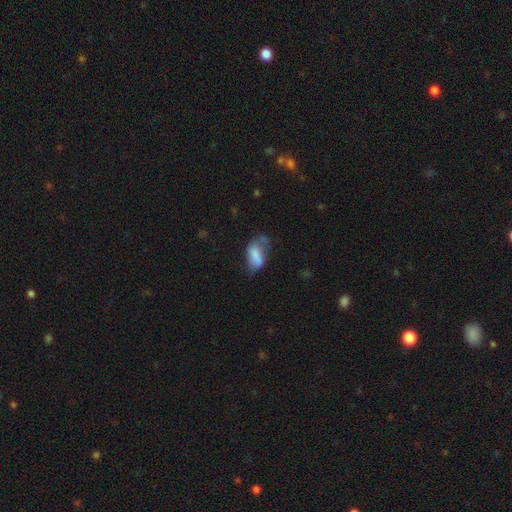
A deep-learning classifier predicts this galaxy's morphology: smooth_or_featured: smooth (p=0.70) [alt: featured or disk p=0.22]
how_rounded: in between (p=0.91) [alt: round p=0.05]
merging: minor disturbance (p=0.34) [alt: none p=0.30]